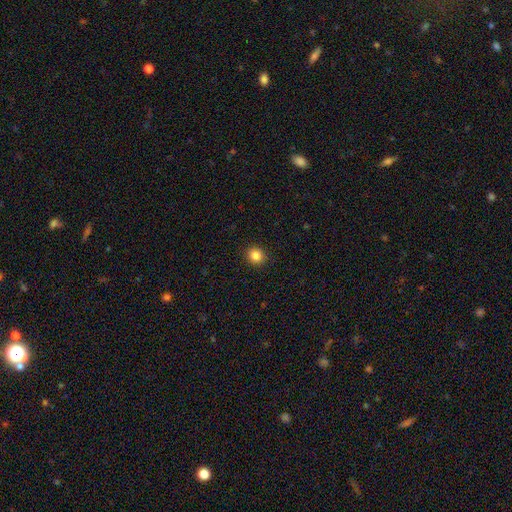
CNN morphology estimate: This is clearly a smooth galaxy (84%). How rounded: clearly round (87%). Merging: clearly none (93%).